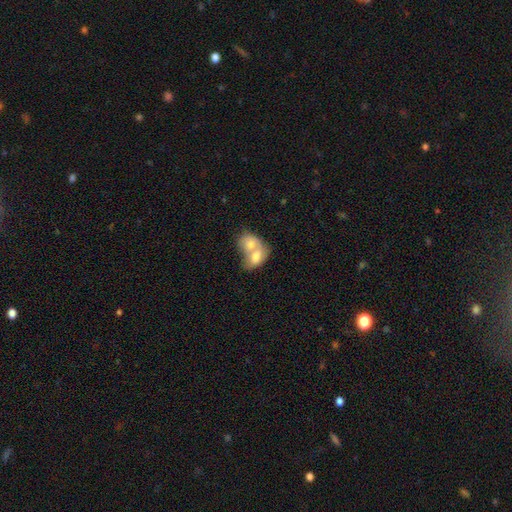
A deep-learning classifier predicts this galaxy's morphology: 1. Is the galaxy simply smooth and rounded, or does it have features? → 69% smooth, 25% featured or disk, 6% star or artifact.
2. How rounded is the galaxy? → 74% in between, 24% round, 2% cigar-shaped.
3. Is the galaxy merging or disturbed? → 81% merger, 11% none, 5% minor disturbance, 3% major disturbance.